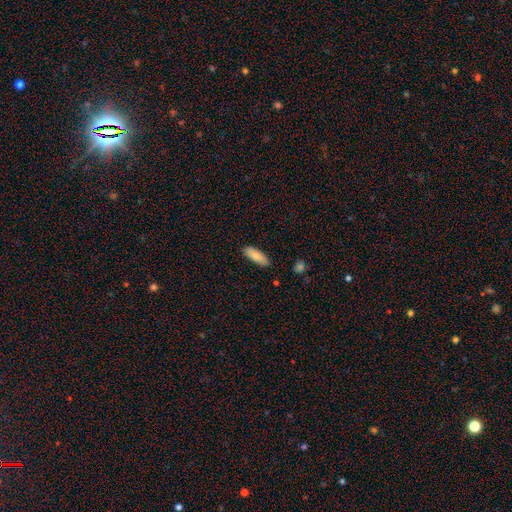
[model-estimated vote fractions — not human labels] Smooth or featured: smooth — 79% (featured or disk — 14%)
How rounded: in between — 63% (cigar-shaped — 35%)
Merging: none — 87% (minor disturbance — 10%)